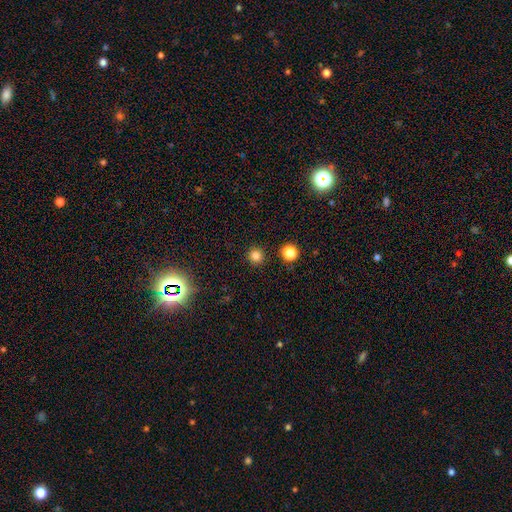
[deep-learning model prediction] A smooth galaxy with no disk features (80%) that is round (95%). Merging: none (92%).